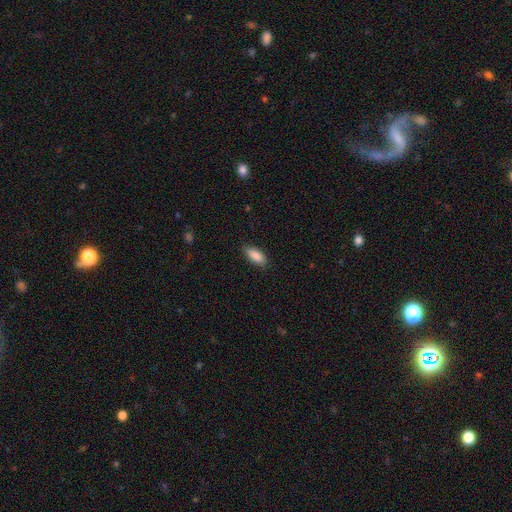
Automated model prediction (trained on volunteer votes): Q: Smooth or featured?
A: smooth (89%); runner-up: star or artifact (6%)
Q: How rounded?
A: in between (85%); runner-up: cigar-shaped (13%)
Q: Merging?
A: none (86%); runner-up: minor disturbance (11%)